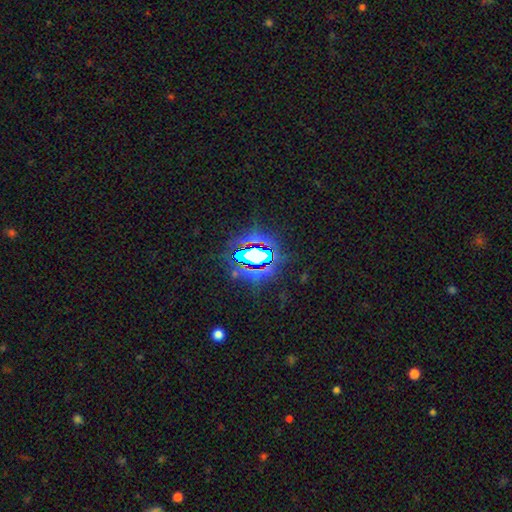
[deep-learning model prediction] This is likely a star or artifact rather than a galaxy (73%).